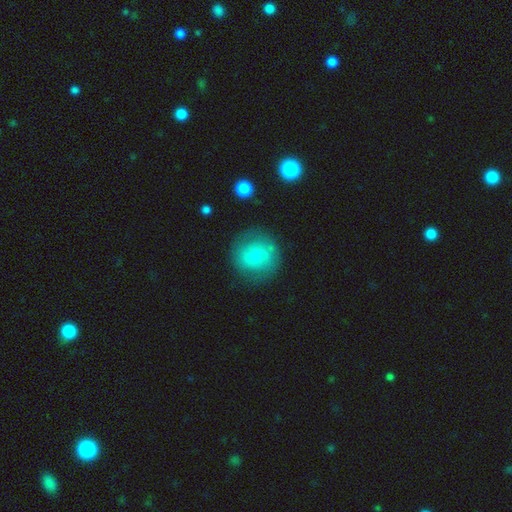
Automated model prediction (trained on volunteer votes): Smooth or featured?
  - smooth: 57% *
  - featured or disk: 36%
  - star or artifact: 8%
How rounded?
  - round: 90% *
  - in between: 9%
  - cigar-shaped: 1%
Merging?
  - none: 75% *
  - minor disturbance: 16%
  - major disturbance: 7%
  - merger: 2%